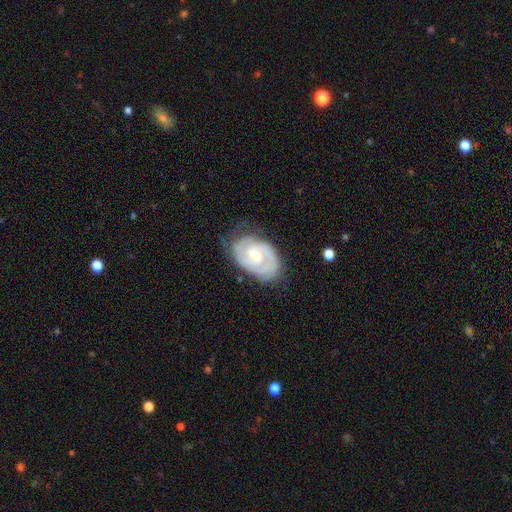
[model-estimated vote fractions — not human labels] Q: Smooth or featured?
A: featured or disk (82%); runner-up: smooth (13%)
Q: Edge-on disk?
A: no (97%); runner-up: yes (3%)
Q: Bar?
A: weak (48%); runner-up: no (44%)
Q: Spiral arms?
A: yes (94%); runner-up: no (6%)
Q: Spiral winding?
A: tight (58%); runner-up: medium (34%)
Q: Spiral arm count?
A: 2 (67%); runner-up: can't tell (17%)
Q: Bulge size?
A: small (50%); runner-up: moderate (44%)
Q: Merging?
A: none (66%); runner-up: minor disturbance (24%)